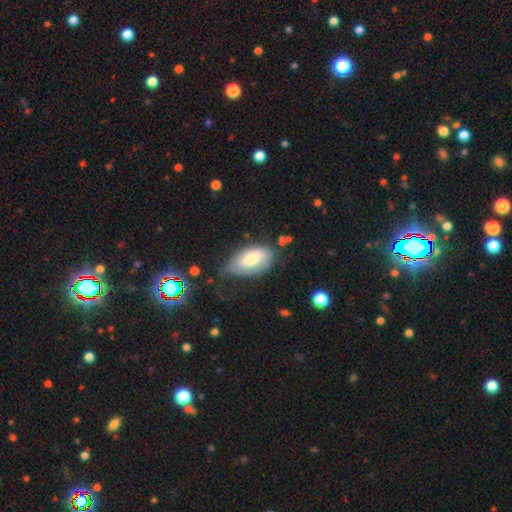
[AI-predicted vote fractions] A smooth galaxy with no disk features (67%) that is in between round and cigar-shaped (92%).

Vote fractions:
- Smooth or featured? smooth: 67% / featured or disk: 25% / star or artifact: 8%
- How rounded? in between: 92% / cigar-shaped: 5% / round: 3%
- Merging? none: 46% / minor disturbance: 35% / major disturbance: 16% / merger: 4%